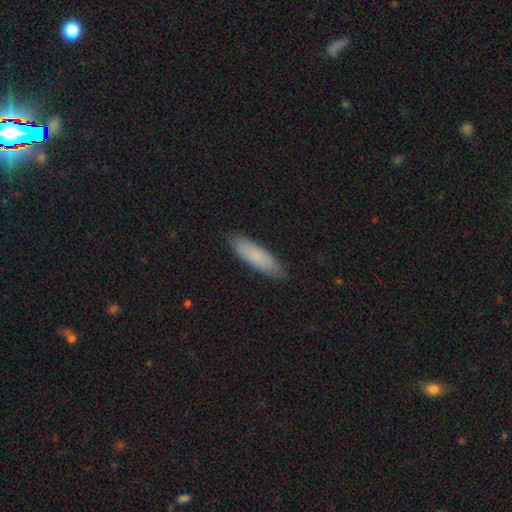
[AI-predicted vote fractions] smooth-or-featured: smooth: 84% | featured or disk: 10% | star or artifact: 6%
  how-rounded: cigar-shaped: 56% | in between: 42% | round: 2%
  merging: none: 86% | minor disturbance: 11% | major disturbance: 2% | merger: 1%